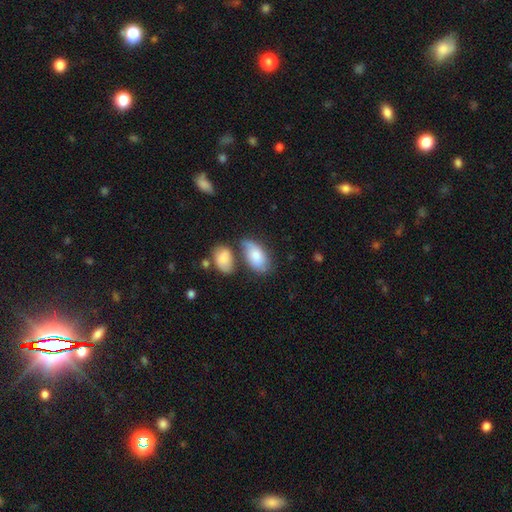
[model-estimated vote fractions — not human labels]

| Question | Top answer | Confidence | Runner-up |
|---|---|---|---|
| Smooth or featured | smooth | 75% | featured or disk (19%) |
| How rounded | in between | 93% | round (4%) |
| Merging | none | 42% | merger (25%) |